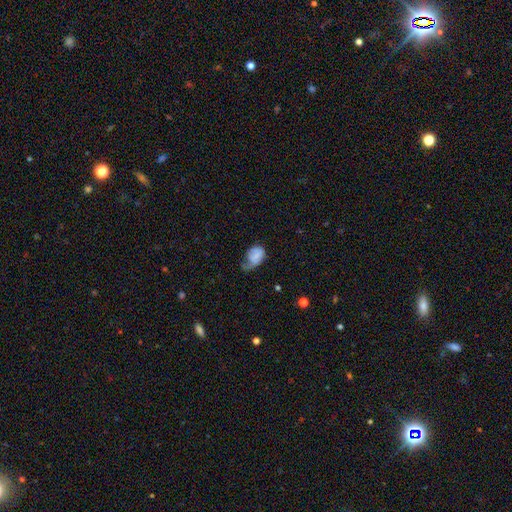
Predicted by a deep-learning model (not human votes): Smooth or featured? Predicted: smooth (p=0.71). How rounded? Predicted: in between (p=0.74). Merging? Predicted: minor disturbance (p=0.39).